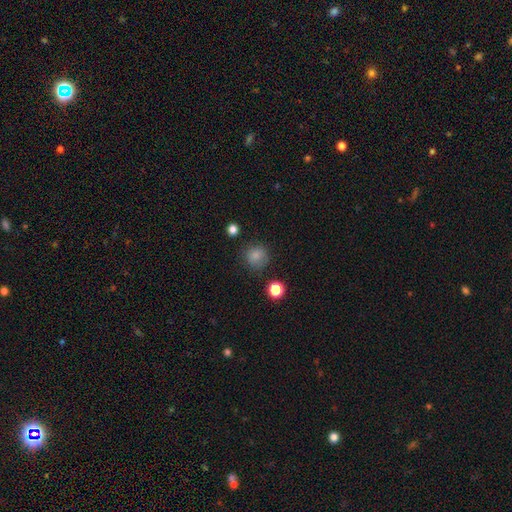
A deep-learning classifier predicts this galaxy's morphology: smooth_or_featured: smooth (p=0.83) [alt: star or artifact p=0.12]
how_rounded: round (p=0.90) [alt: in between p=0.09]
merging: none (p=0.81) [alt: minor disturbance p=0.13]